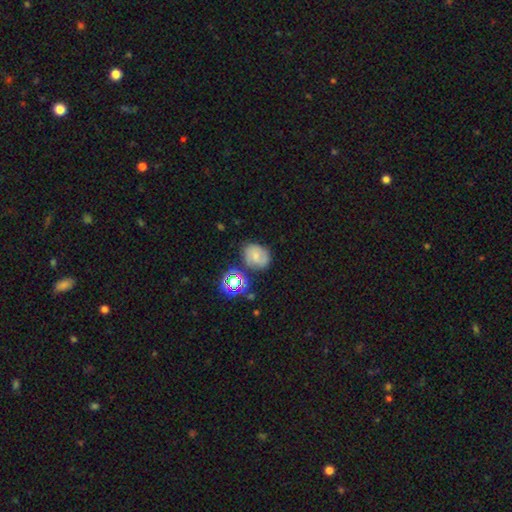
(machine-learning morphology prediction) A smooth galaxy with no disk features (49%). Merging: none (66%).